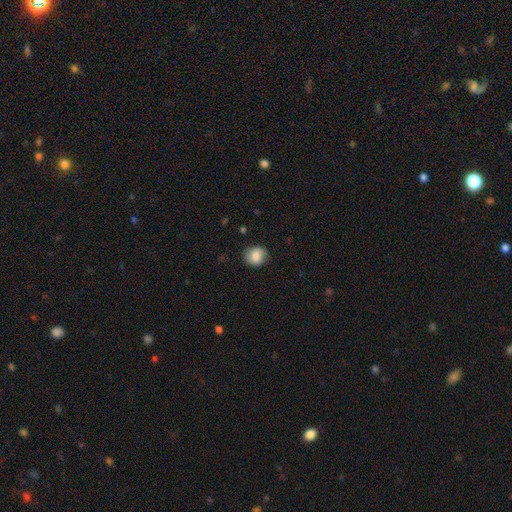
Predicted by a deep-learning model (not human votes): Smooth or featured: smooth — 83% (featured or disk — 9%)
How rounded: round — 81% (in between — 18%)
Merging: none — 82% (minor disturbance — 14%)